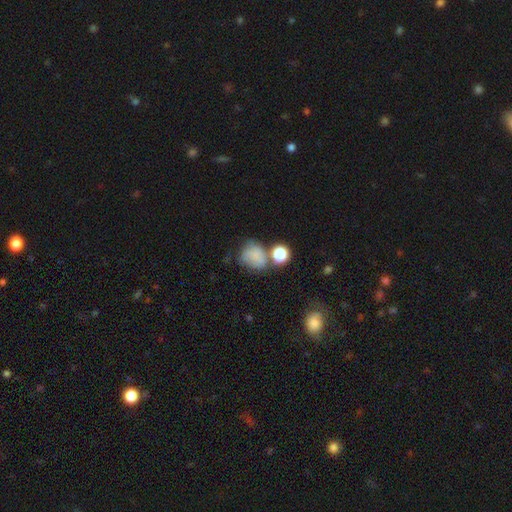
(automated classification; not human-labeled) Morphology: type=smooth (72%); roundness=round (60%); merging=none (40%).